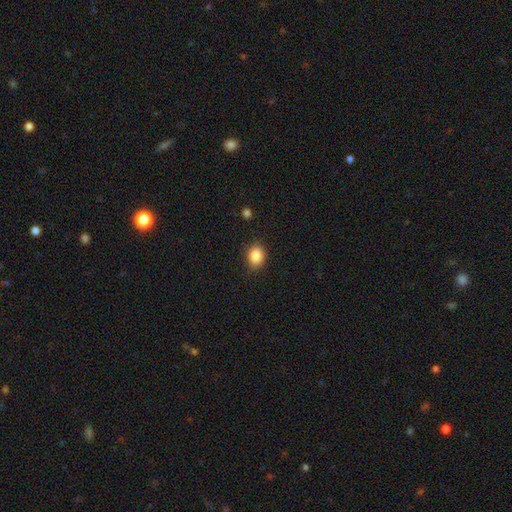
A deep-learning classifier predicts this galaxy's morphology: smooth_or_featured: smooth (p=0.87) [alt: star or artifact p=0.09]
how_rounded: in between (p=0.54) [alt: round p=0.45]
merging: none (p=0.81) [alt: minor disturbance p=0.15]